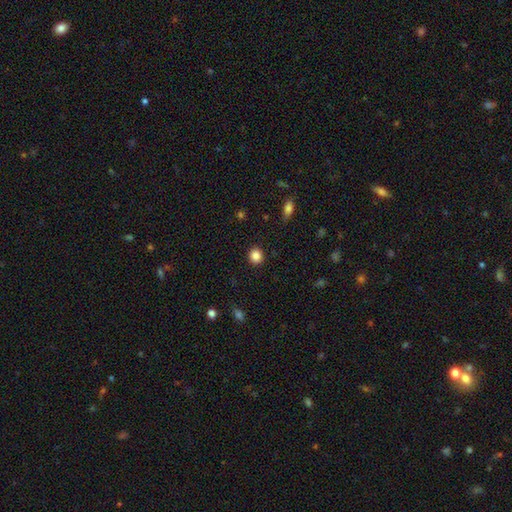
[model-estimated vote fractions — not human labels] Q: Smooth or featured?
A: smooth (86%); runner-up: star or artifact (10%)
Q: How rounded?
A: round (88%); runner-up: in between (11%)
Q: Merging?
A: none (91%); runner-up: minor disturbance (6%)